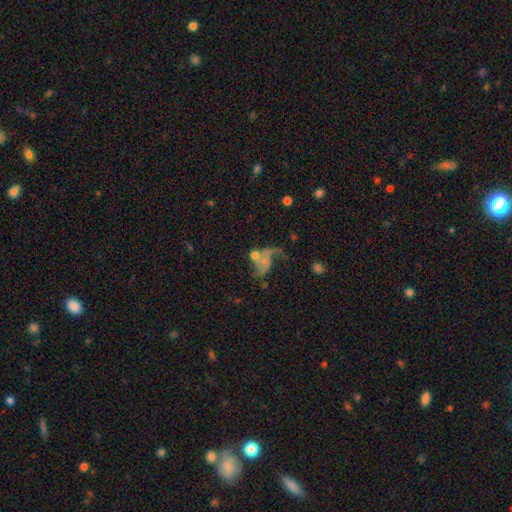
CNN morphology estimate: type=featured or disk (58%); edge-on=no (97%); bar=no (75%); spiral arms=yes (66%); bulge=small (43%); merging=merger (35%).